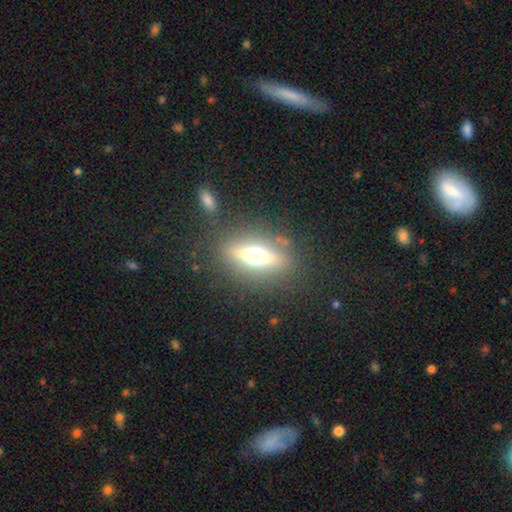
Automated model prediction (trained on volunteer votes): Smooth or featured: featured or disk — 56% (smooth — 32%)
Edge-on disk: yes — 82% (no — 18%)
Merging: none — 83% (minor disturbance — 9%)